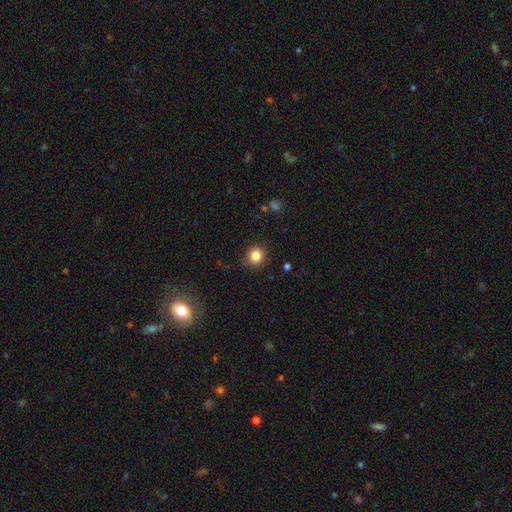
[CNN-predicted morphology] Q: Smooth or featured?
A: smooth (84%); runner-up: star or artifact (11%)
Q: How rounded?
A: round (84%); runner-up: in between (15%)
Q: Merging?
A: none (85%); runner-up: minor disturbance (11%)